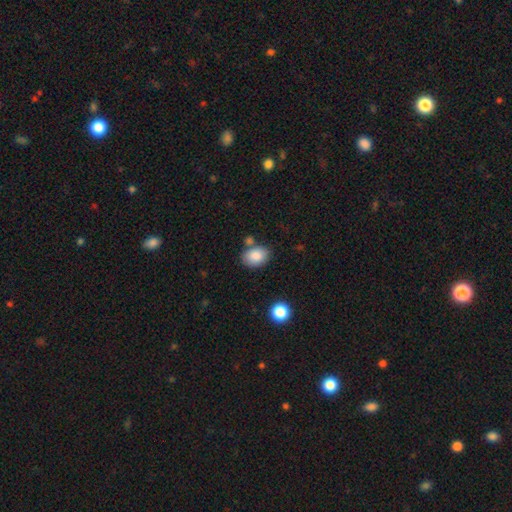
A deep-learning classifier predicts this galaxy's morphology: Smooth or featured?
  - smooth: 86% *
  - star or artifact: 8%
  - featured or disk: 6%
How rounded?
  - in between: 76% *
  - round: 23%
  - cigar-shaped: 1%
Merging?
  - none: 70% *
  - minor disturbance: 15%
  - merger: 11%
  - major disturbance: 4%